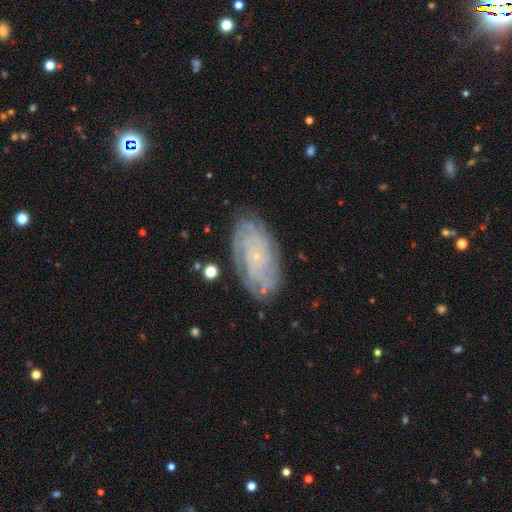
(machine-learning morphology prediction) Smooth or featured?
  - featured or disk: 77% *
  - smooth: 14%
  - star or artifact: 9%
Edge-on disk?
  - no: 95% *
  - yes: 5%
Bar?
  - no: 80% *
  - weak: 16%
  - strong: 4%
Spiral arms?
  - yes: 94% *
  - no: 6%
Spiral winding?
  - tight: 79% *
  - medium: 17%
  - loose: 4%
Spiral arm count?
  - can't tell: 39% *
  - 4: 20%
  - more than 4: 14%
  - 3: 11%
  - 2: 10%
  - 1: 6%
Bulge size?
  - small: 87% *
  - moderate: 7%
  - none: 4%
  - large: 1%
  - dominant: 1%
Merging?
  - none: 80% *
  - minor disturbance: 14%
  - major disturbance: 4%
  - merger: 2%